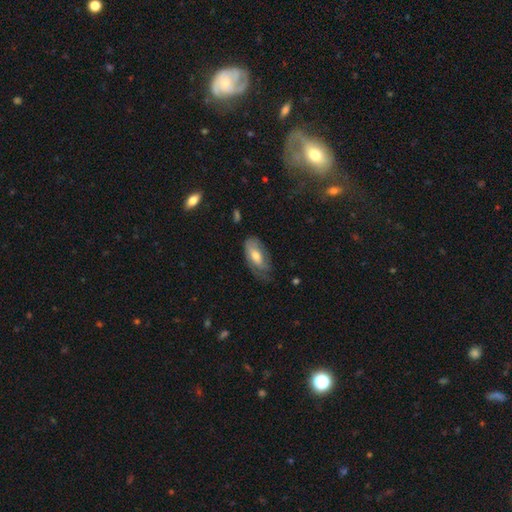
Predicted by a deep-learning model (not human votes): This appears to be a smooth galaxy with no disk features (53%) that is in between round and cigar-shaped (88%). Merging: none (54%).